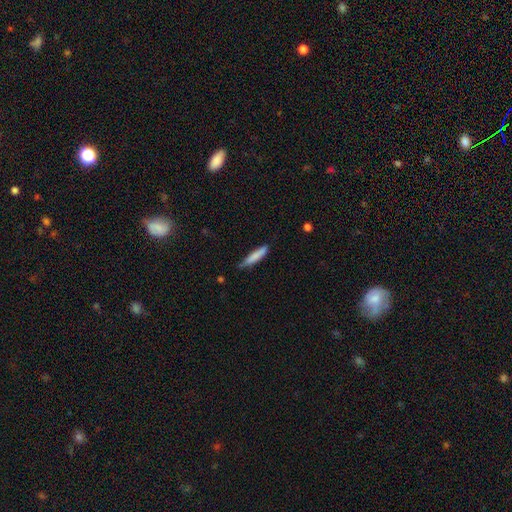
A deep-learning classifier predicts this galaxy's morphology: type=smooth (81%); roundness=cigar-shaped (86%); merging=none (70%).